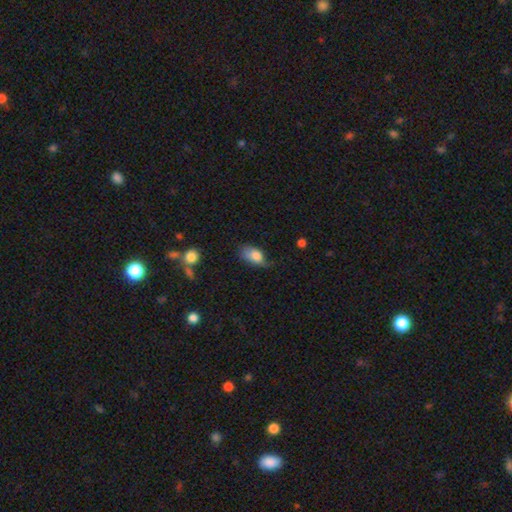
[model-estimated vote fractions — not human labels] Overall: smooth (77%). How rounded: in between (89%). Merging: minor disturbance (40%; none 36%).